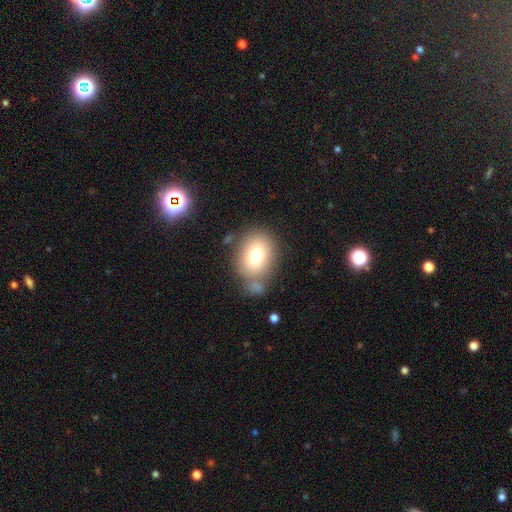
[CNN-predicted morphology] Smooth or featured? Predicted: smooth (p=0.76). How rounded? Predicted: in between (p=0.61). Merging? Predicted: none (p=0.63).